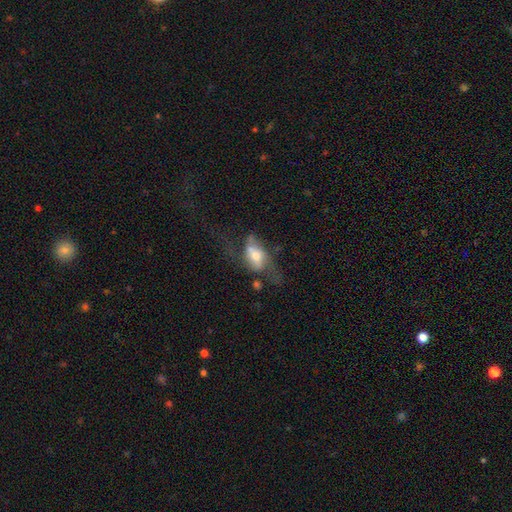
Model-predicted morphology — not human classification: A featured or disk galaxy (52%).

Vote fractions:
- Smooth or featured? featured or disk: 52% / smooth: 40% / star or artifact: 8%
- Edge-on disk? no: 82% / yes: 18%
- Merging? major disturbance: 39% / none: 32% / minor disturbance: 22% / merger: 7%